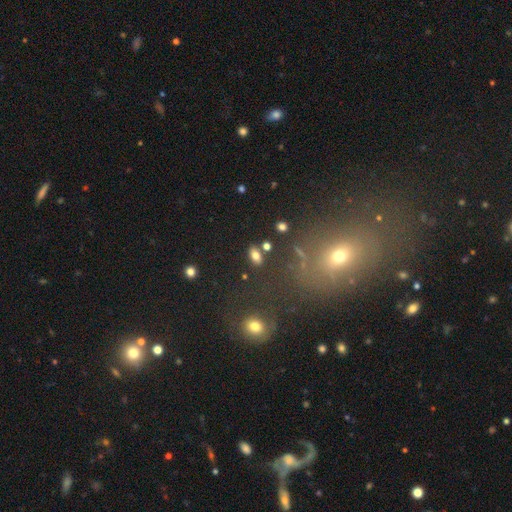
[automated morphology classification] Q: Smooth or featured?
A: smooth (75%); runner-up: star or artifact (13%)
Q: How rounded?
A: in between (87%); runner-up: round (8%)
Q: Merging?
A: none (81%); runner-up: minor disturbance (10%)